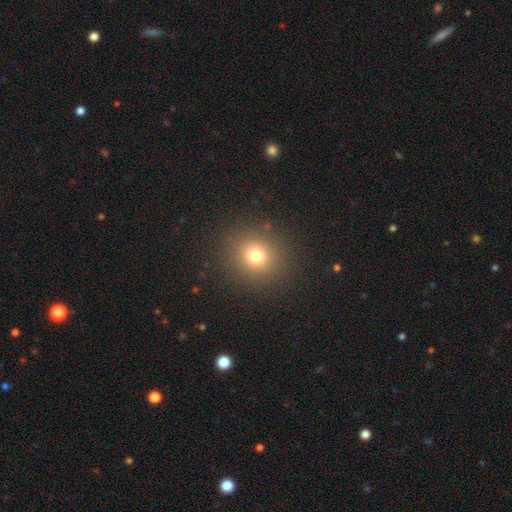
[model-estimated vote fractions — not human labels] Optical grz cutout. It shows a smooth galaxy with no disk features (74%) that is round (89%). Merging: none (89%).